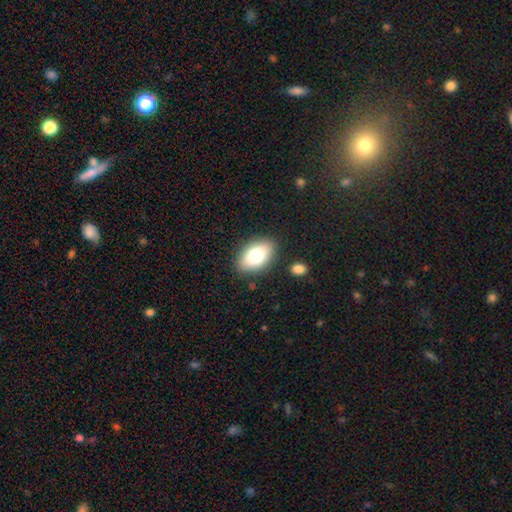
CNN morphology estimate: The model was most divided on "smooth or featured": smooth: 77%, featured or disk: 15%, star or artifact: 8%. More confident: how rounded — in between (90%); merging — none (85%).